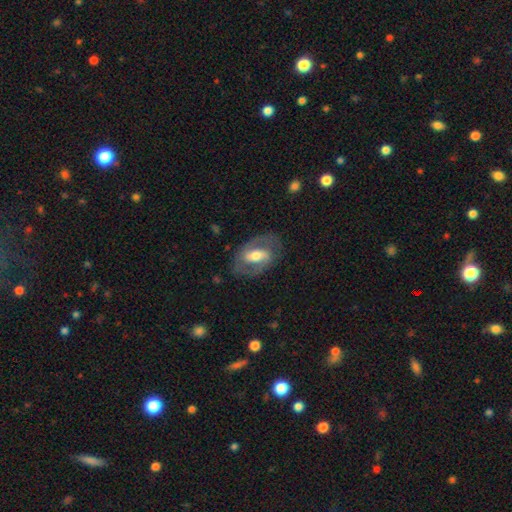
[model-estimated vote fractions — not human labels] smooth-or-featured: featured or disk: 75% | smooth: 20% | star or artifact: 5%
  disk-edge-on: no: 95% | yes: 5%
    bar: strong: 41% | weak: 39% | no: 20%
    has-spiral-arms: yes: 81% | no: 19%
      spiral-winding: medium: 52% | tight: 27% | loose: 21%
      spiral-arm-count: 2: 86% | can't tell: 7% | 1: 4% | 3: 1% | 4: 1% | more than 4: 1%
    bulge-size: moderate: 63% | small: 18% | large: 16% | none: 2% | dominant: 1%
  merging: none: 74% | minor disturbance: 16% | major disturbance: 9% | merger: 1%